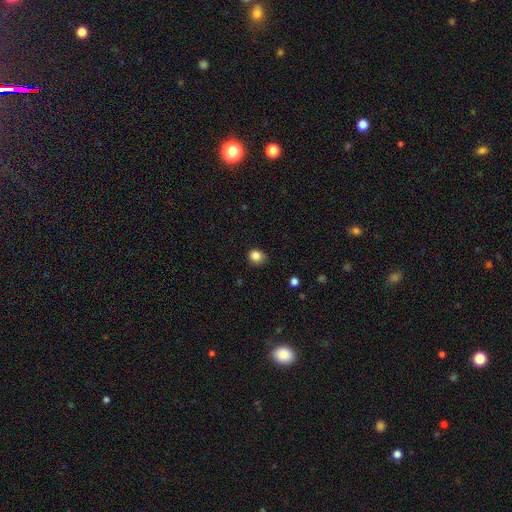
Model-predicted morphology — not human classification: Smooth or featured? Predicted: smooth (p=0.85). How rounded? Predicted: round (p=0.78). Merging? Predicted: none (p=0.82).